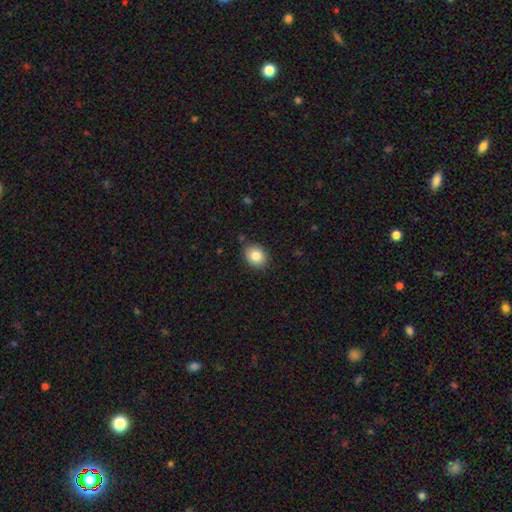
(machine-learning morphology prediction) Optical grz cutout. It shows a smooth galaxy with no disk features (84%) that is round (54%). Merging: none (87%).